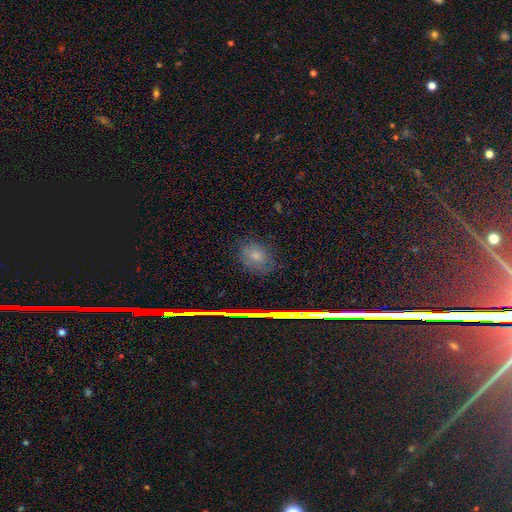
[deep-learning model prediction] This appears to be a smooth galaxy with no disk features (70%) that is round (51%). Merging: none (80%).